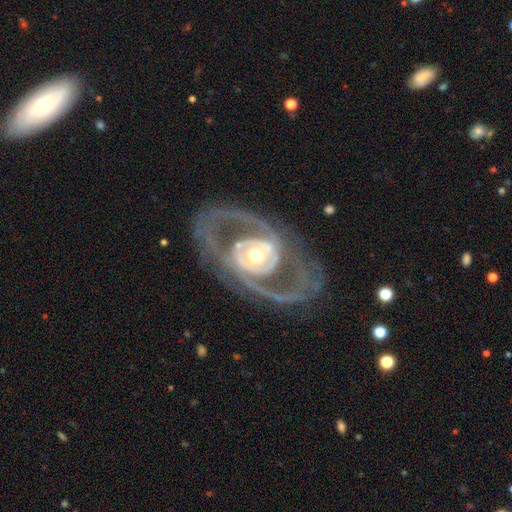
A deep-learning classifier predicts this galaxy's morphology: A featured or disk galaxy (89%) with no bar (57%), 2 (79%) medium (48%) spiral arms (82%) and a moderate central bulge (70%). Merging: none (65%).